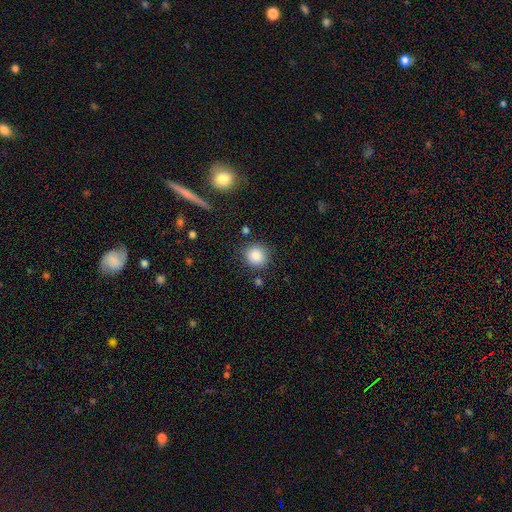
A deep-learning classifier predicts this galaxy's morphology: Smooth or featured: smooth — 87% (star or artifact — 9%)
How rounded: round — 89% (in between — 10%)
Merging: none — 85% (minor disturbance — 9%)